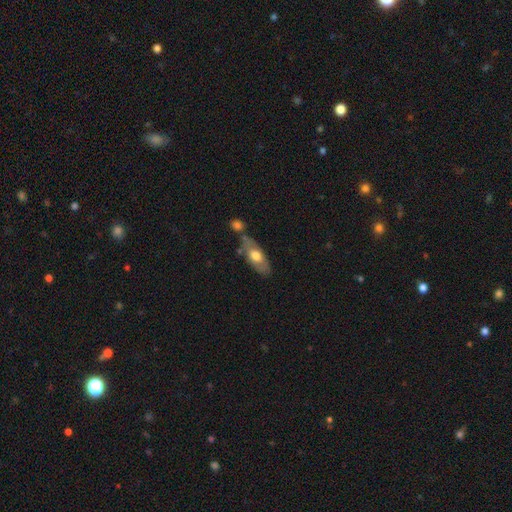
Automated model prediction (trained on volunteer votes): Q: Smooth or featured?
A: smooth (56%); runner-up: featured or disk (38%)
Q: How rounded?
A: in between (79%); runner-up: cigar-shaped (18%)
Q: Merging?
A: none (60%); runner-up: minor disturbance (19%)